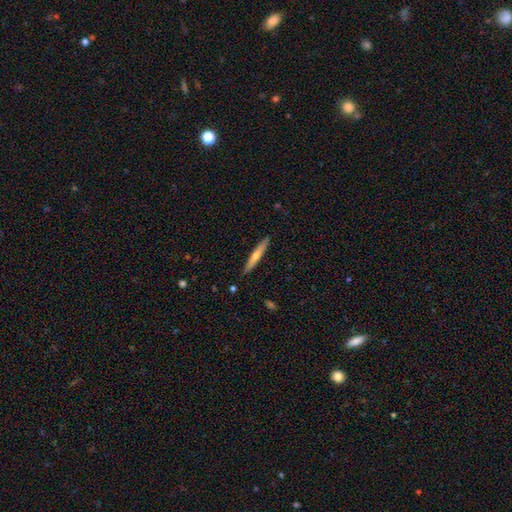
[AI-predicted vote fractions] smooth_or_featured: featured or disk (p=0.52) [alt: smooth p=0.41]
disk_edge_on: yes (p=0.95) [alt: no p=0.05]
merging: none (p=0.91) [alt: minor disturbance p=0.07]